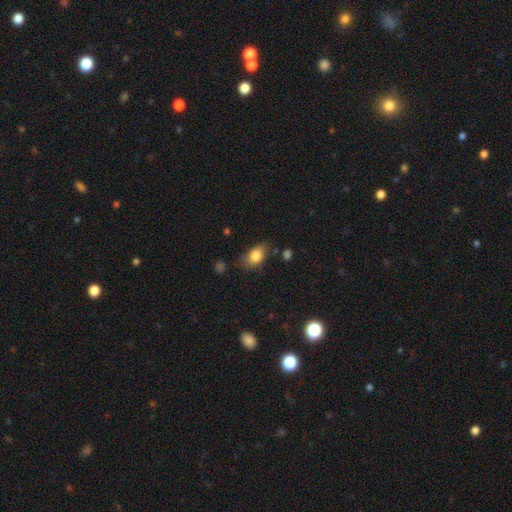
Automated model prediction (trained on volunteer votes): Morphology: type=smooth (82%); roundness=in between (85%); merging=none (67%).